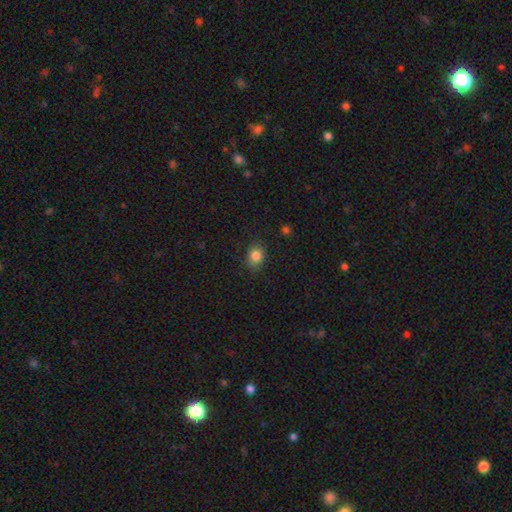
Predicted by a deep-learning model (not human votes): A smooth galaxy with no disk features (83%) that is round (50%).

Vote fractions:
- Smooth or featured? smooth: 83% / star or artifact: 11% / featured or disk: 6%
- How rounded? round: 50% / in between: 49% / cigar-shaped: 1%
- Merging? none: 81% / minor disturbance: 15% / major disturbance: 3% / merger: 1%